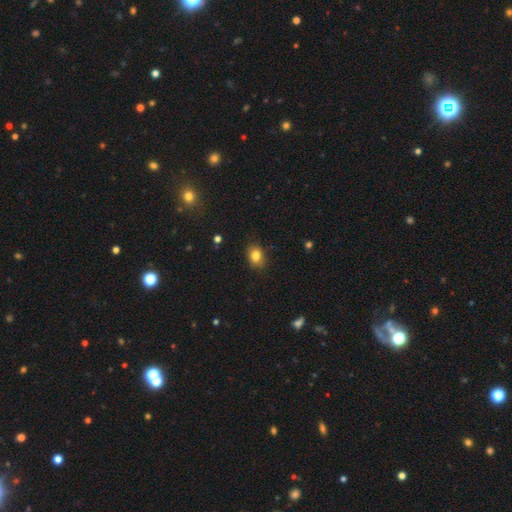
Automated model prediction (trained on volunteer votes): smooth-or-featured: smooth: 82% | star or artifact: 11% | featured or disk: 7%
  how-rounded: in between: 58% | round: 41% | cigar-shaped: 1%
  merging: none: 84% | minor disturbance: 12% | major disturbance: 2% | merger: 1%